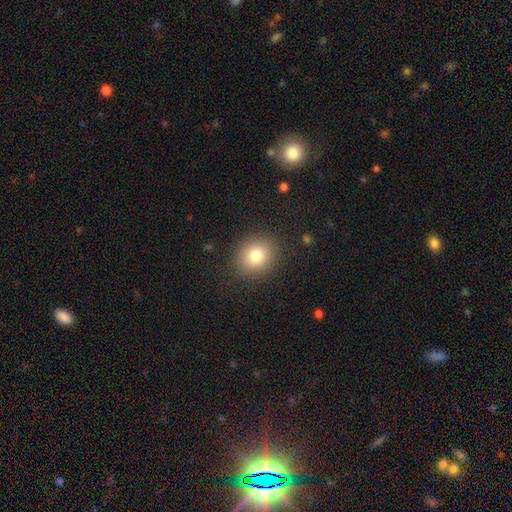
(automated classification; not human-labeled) smooth_or_featured: smooth (p=0.79) [alt: star or artifact p=0.12]
how_rounded: round (p=0.76) [alt: in between p=0.23]
merging: none (p=0.88) [alt: minor disturbance p=0.07]